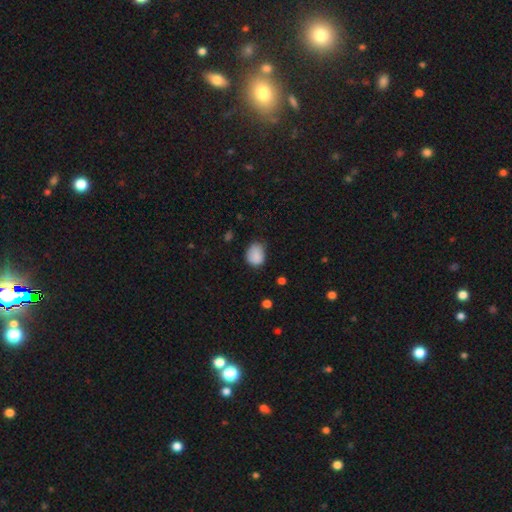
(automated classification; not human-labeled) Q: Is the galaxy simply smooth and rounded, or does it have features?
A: smooth — 86%.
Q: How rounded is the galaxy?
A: in between — 52%.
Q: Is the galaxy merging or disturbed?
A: none — 59%.